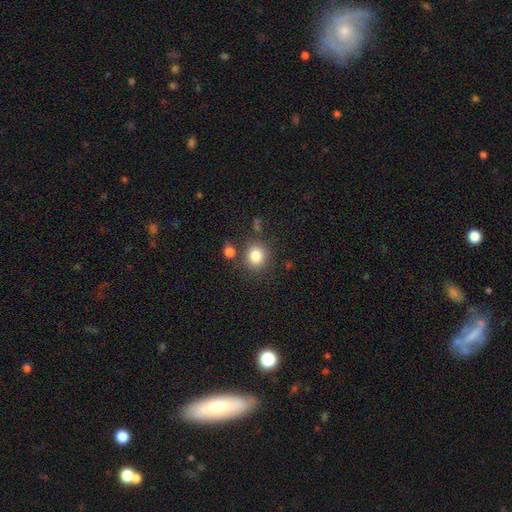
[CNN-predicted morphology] Smooth or featured? Predicted: smooth (p=0.83). How rounded? Predicted: round (p=0.85). Merging? Predicted: none (p=0.77).